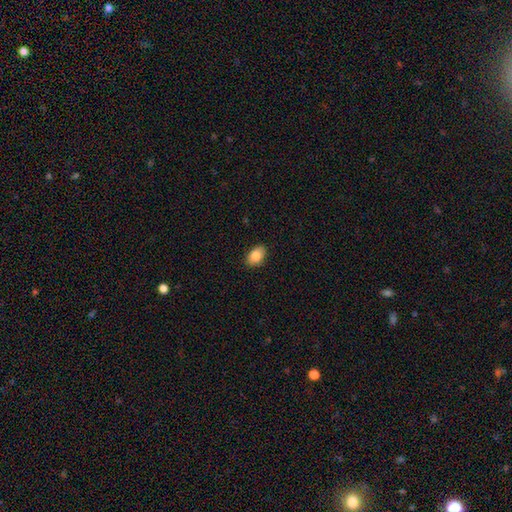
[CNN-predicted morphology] The model was most divided on "how rounded": in between: 87%, round: 12%, cigar-shaped: 1%. More confident: merging — none (87%); smooth or featured — smooth (84%).